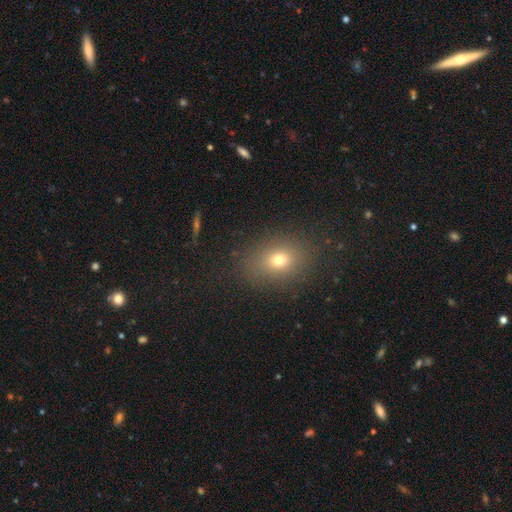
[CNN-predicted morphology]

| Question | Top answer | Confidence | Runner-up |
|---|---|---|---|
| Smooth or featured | smooth | 65% | star or artifact (25%) |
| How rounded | in between | 61% | round (37%) |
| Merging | none | 86% | minor disturbance (9%) |